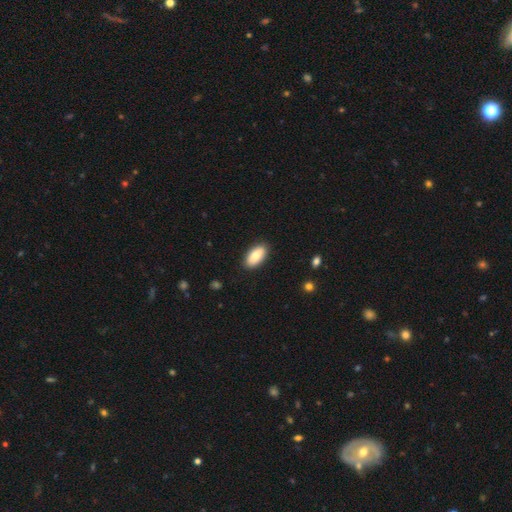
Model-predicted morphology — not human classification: A smooth galaxy with no disk features (85%) that is in between round and cigar-shaped (93%). Merging: none (89%).